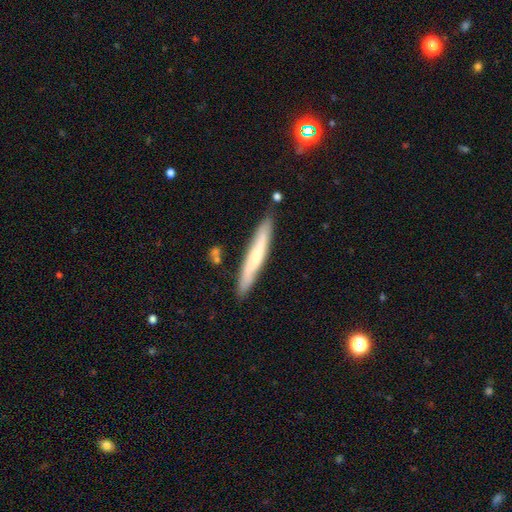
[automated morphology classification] The model was most divided on "smooth or featured": smooth: 54%, featured or disk: 41%, star or artifact: 5%. More confident: how rounded — cigar-shaped (94%); merging — none (83%).